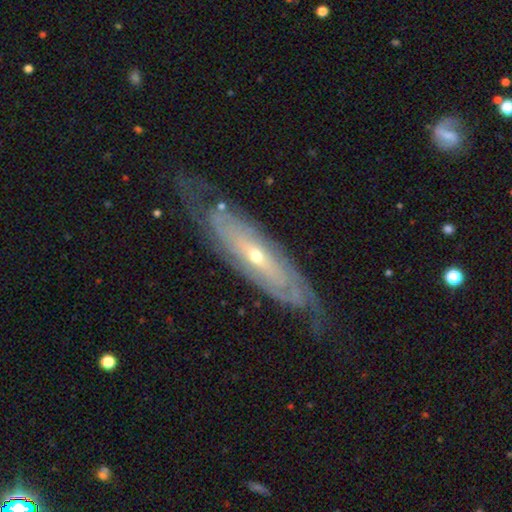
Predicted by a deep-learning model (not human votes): Q: Smooth or featured?
A: featured or disk (85%); runner-up: smooth (10%)
Q: Edge-on disk?
A: no (76%); runner-up: yes (24%)
Q: Bar?
A: no (63%); runner-up: weak (25%)
Q: Spiral arms?
A: yes (90%); runner-up: no (10%)
Q: Spiral winding?
A: tight (72%); runner-up: medium (22%)
Q: Spiral arm count?
A: can't tell (51%); runner-up: 2 (27%)
Q: Bulge size?
A: small (65%); runner-up: moderate (32%)
Q: Merging?
A: none (74%); runner-up: minor disturbance (17%)